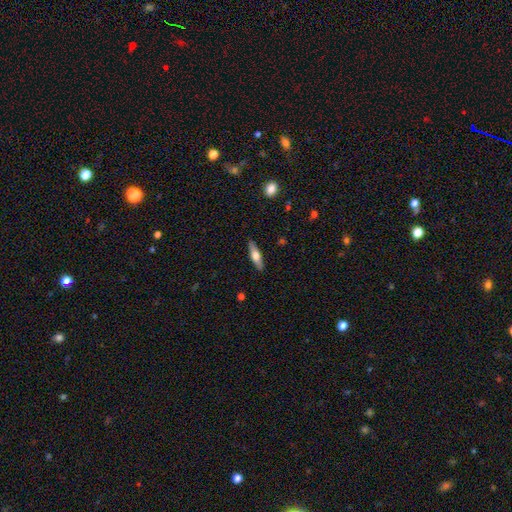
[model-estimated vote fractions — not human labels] A smooth galaxy with no disk features (49%). Merging: none (89%).